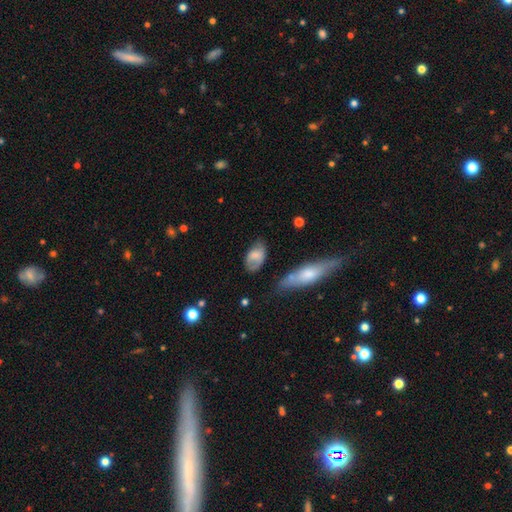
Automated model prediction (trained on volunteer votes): This is likely a smooth galaxy (69%). How rounded: clearly in between (89%). Merging: possibly none (51%).